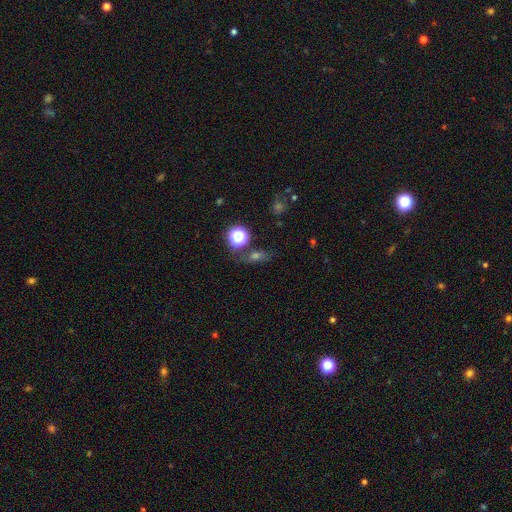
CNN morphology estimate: smooth_or_featured: smooth (p=0.42) [alt: star or artifact p=0.39]
merging: none (p=0.70) [alt: minor disturbance p=0.14]